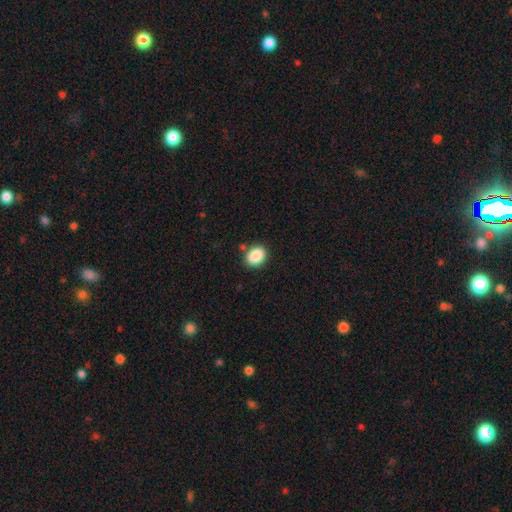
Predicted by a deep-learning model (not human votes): This appears to be a smooth galaxy with no disk features (88%) that is in between round and cigar-shaped (60%). Merging: none (84%).